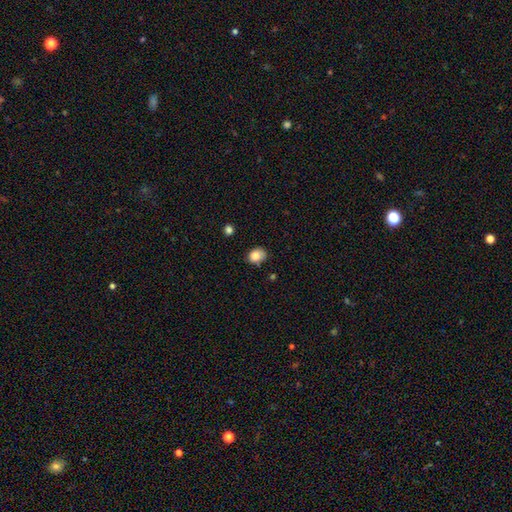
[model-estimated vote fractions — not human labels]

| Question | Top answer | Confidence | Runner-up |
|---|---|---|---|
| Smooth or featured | smooth | 84% | star or artifact (9%) |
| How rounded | in between | 52% | round (47%) |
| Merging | none | 66% | minor disturbance (26%) |